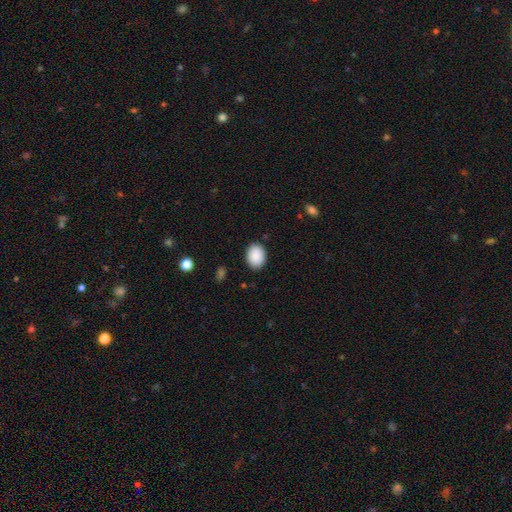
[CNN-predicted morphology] Smooth or featured?
  - smooth: 90% *
  - star or artifact: 7%
  - featured or disk: 3%
How rounded?
  - in between: 70% *
  - round: 29%
  - cigar-shaped: 1%
Merging?
  - none: 87% *
  - minor disturbance: 9%
  - major disturbance: 2%
  - merger: 1%